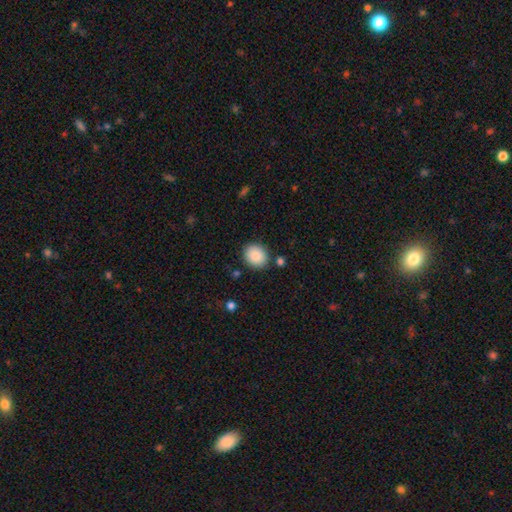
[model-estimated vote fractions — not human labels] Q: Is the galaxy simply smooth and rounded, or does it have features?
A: smooth — 87%.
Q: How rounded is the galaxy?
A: round — 63%.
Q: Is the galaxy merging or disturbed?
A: none — 85%.